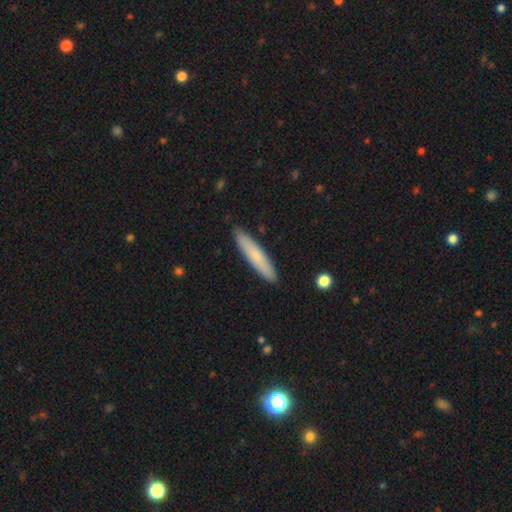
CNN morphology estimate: A smooth galaxy with no disk features (73%) that is cigar-shaped (89%). Merging: none (90%).